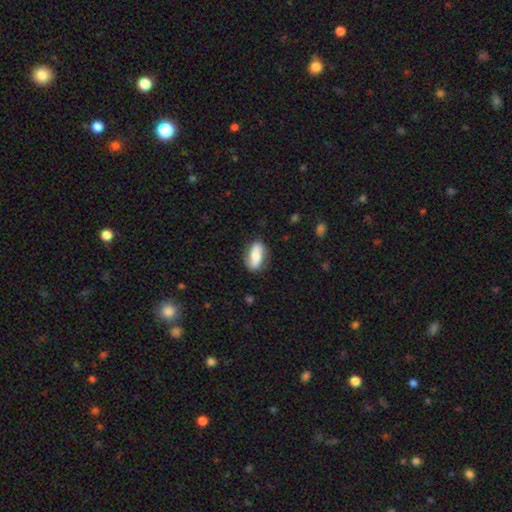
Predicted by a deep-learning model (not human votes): Morphology: type=smooth (53%); roundness=in between (83%); merging=none (78%).